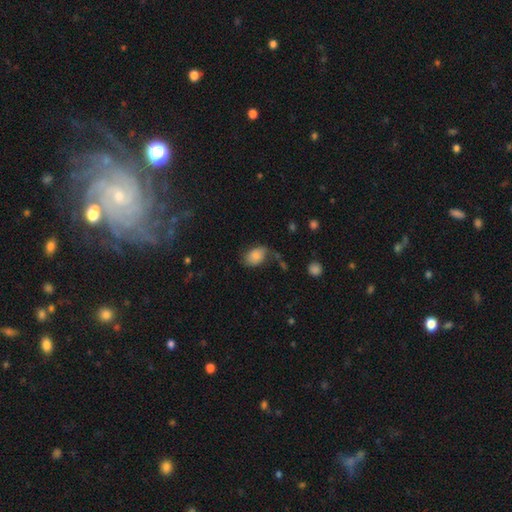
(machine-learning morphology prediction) Smooth or featured?
  - smooth: 81% *
  - featured or disk: 10%
  - star or artifact: 8%
How rounded?
  - in between: 86% *
  - round: 13%
  - cigar-shaped: 1%
Merging?
  - none: 55% *
  - minor disturbance: 27%
  - major disturbance: 13%
  - merger: 5%